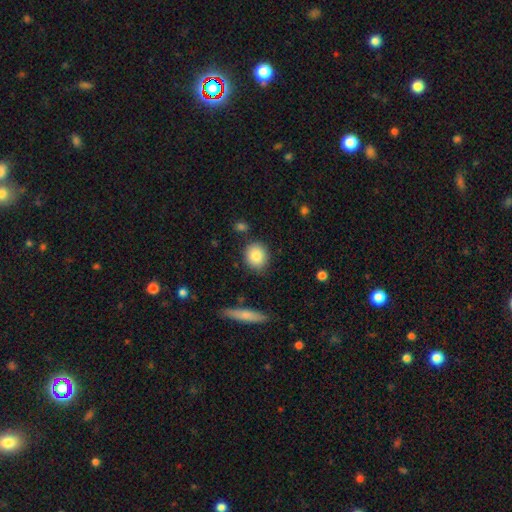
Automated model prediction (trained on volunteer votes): Smooth or featured: smooth — 83% (featured or disk — 9%)
How rounded: round — 75% (in between — 23%)
Merging: none — 83% (minor disturbance — 11%)